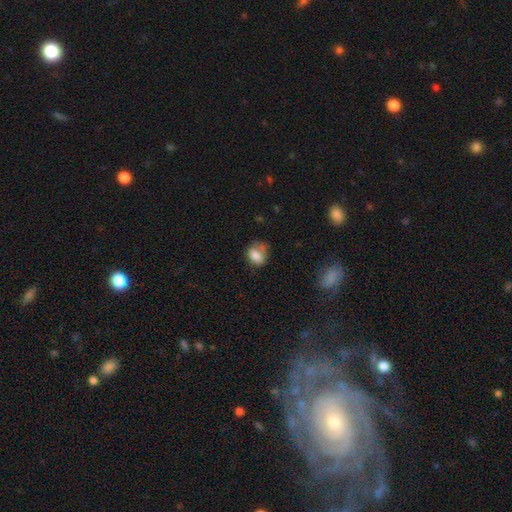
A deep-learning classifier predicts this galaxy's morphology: This is likely a smooth galaxy (79%). How rounded: likely in between (65%). Merging: possibly none (46%).